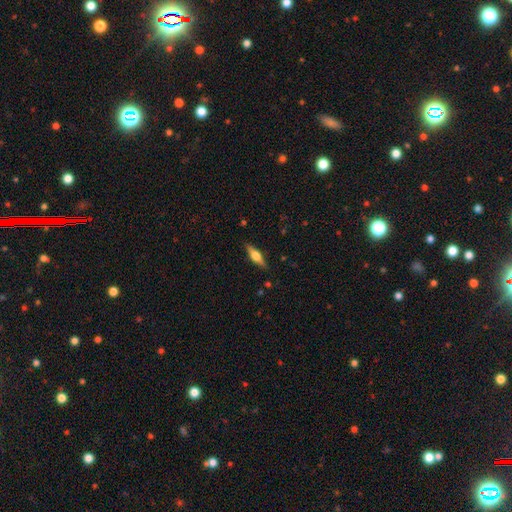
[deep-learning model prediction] Smooth or featured: featured or disk — 54% (smooth — 39%)
Edge-on disk: yes — 95% (no — 5%)
Edge-on bulge: rounded — 91% (boxy — 7%)
Merging: none — 87% (minor disturbance — 10%)